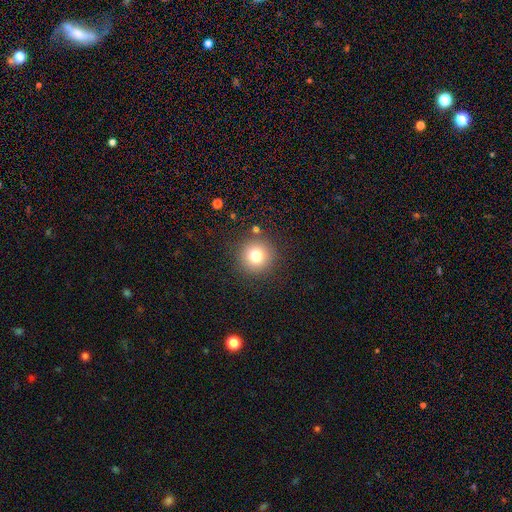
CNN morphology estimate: The model was most divided on "smooth or featured": smooth: 80%, star or artifact: 12%, featured or disk: 8%. More confident: how rounded — round (95%); merging — none (87%).